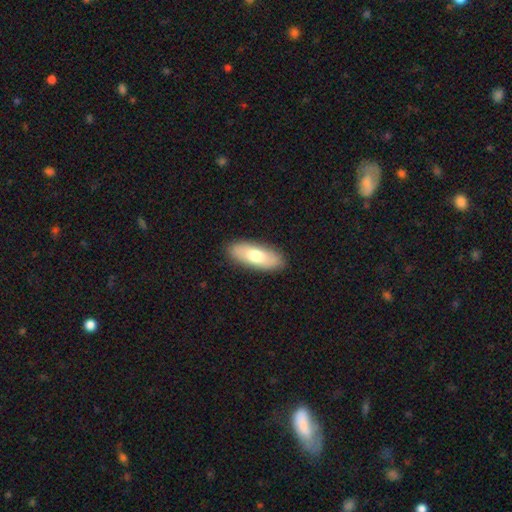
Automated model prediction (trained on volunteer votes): Smooth or featured? Predicted: smooth (p=0.71). How rounded? Predicted: in between (p=0.72). Merging? Predicted: none (p=0.87).